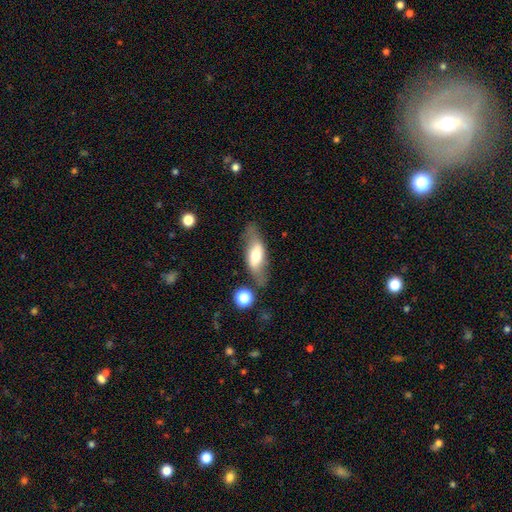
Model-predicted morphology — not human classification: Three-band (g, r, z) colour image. It shows a smooth galaxy with no disk features (53%) that is in between round and cigar-shaped (67%). Merging: none (63%).